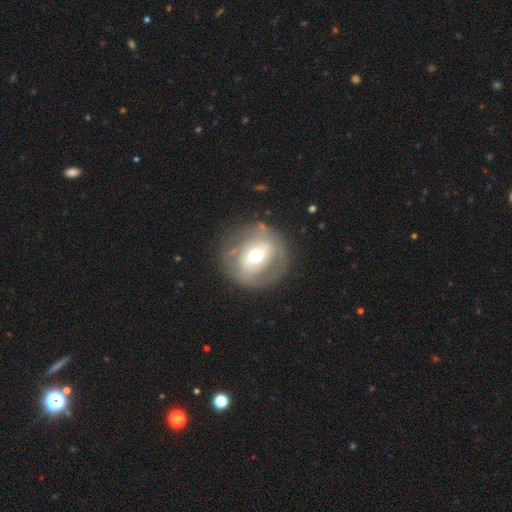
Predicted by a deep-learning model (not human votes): smooth-or-featured: featured or disk: 56% | smooth: 37% | star or artifact: 7%
  disk-edge-on: no: 95% | yes: 5%
    bar: no: 39% | weak: 35% | strong: 26%
    has-spiral-arms: no: 60% | yes: 40%
    bulge-size: moderate: 68% | small: 16% | large: 13% | dominant: 2% | none: 1%
  merging: none: 75% | minor disturbance: 14% | major disturbance: 9% | merger: 2%